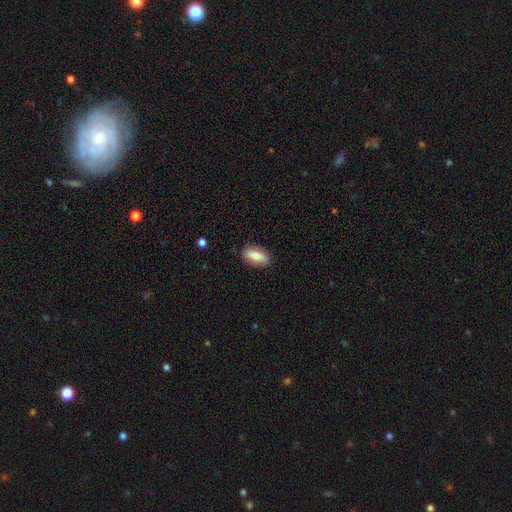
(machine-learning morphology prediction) Smooth or featured? smooth (74%)
How rounded? in between (87%)
Merging? none (84%)